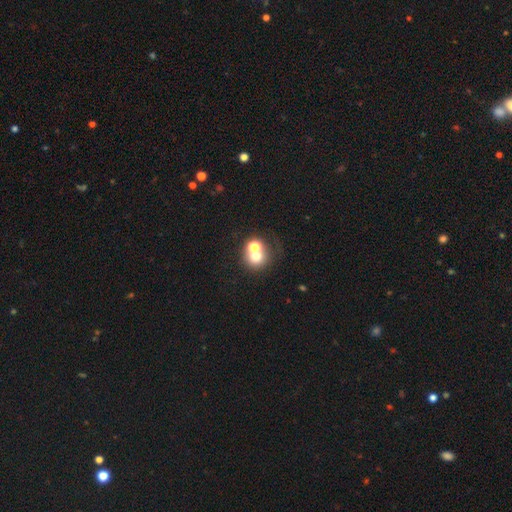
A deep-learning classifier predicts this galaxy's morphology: This is likely a smooth galaxy (64%). How rounded: clearly round (80%). Merging: possibly merger (50%).